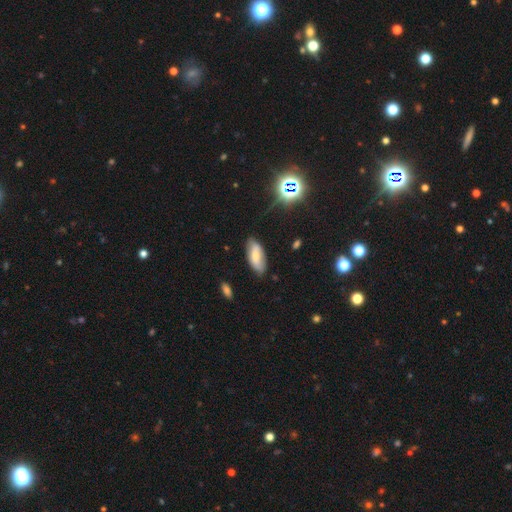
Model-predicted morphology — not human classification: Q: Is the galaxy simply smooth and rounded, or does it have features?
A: smooth — 62%.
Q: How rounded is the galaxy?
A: in between — 86%.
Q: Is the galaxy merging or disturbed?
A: none — 78%.